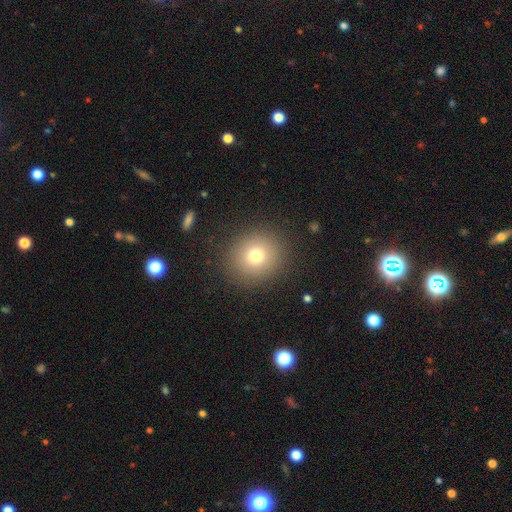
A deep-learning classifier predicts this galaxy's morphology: The model was most divided on "smooth or featured": smooth: 75%, star or artifact: 13%, featured or disk: 12%. More confident: merging — none (88%); how rounded — round (87%).